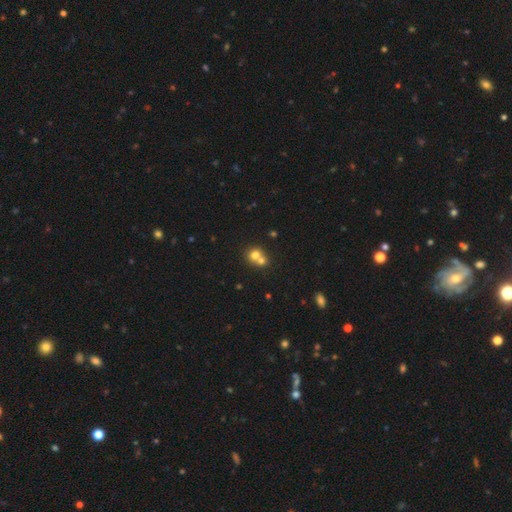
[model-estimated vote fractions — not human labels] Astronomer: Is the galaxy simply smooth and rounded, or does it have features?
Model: smooth — 72%.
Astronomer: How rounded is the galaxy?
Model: round — 81%.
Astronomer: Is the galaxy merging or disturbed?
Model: merger — 59% (runner-up: none, 34%).